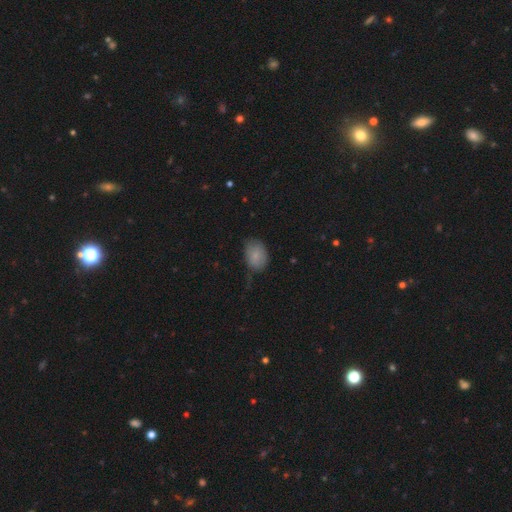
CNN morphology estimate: A smooth galaxy with no disk features (80%) that is in between round and cigar-shaped (76%). Merging: none (55%).